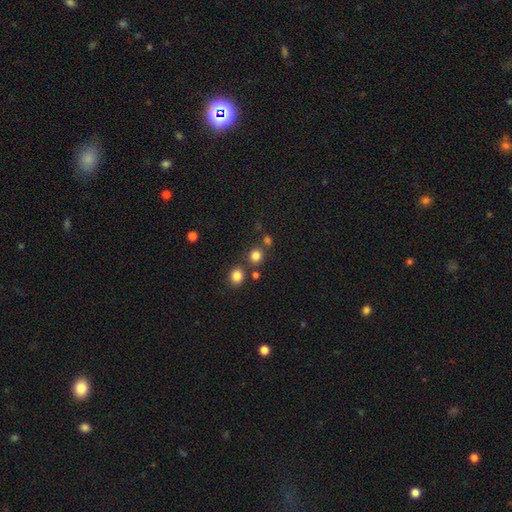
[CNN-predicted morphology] Smooth or featured?
  - smooth: 79% *
  - star or artifact: 15%
  - featured or disk: 6%
How rounded?
  - round: 88% *
  - in between: 11%
  - cigar-shaped: 1%
Merging?
  - none: 73% *
  - merger: 15%
  - minor disturbance: 8%
  - major disturbance: 3%